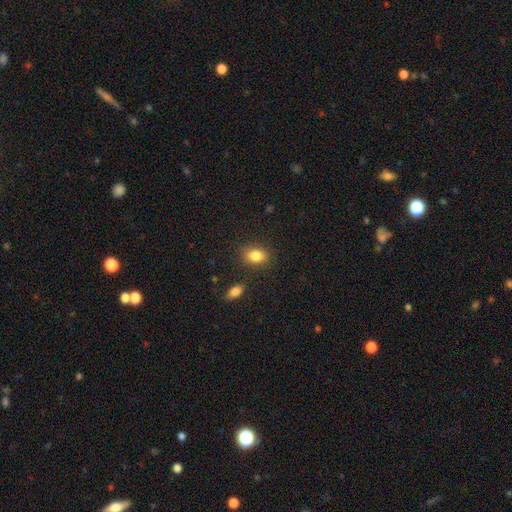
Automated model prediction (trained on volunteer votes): This is clearly a smooth galaxy (84%). How rounded: likely in between (74%). Merging: clearly none (83%).